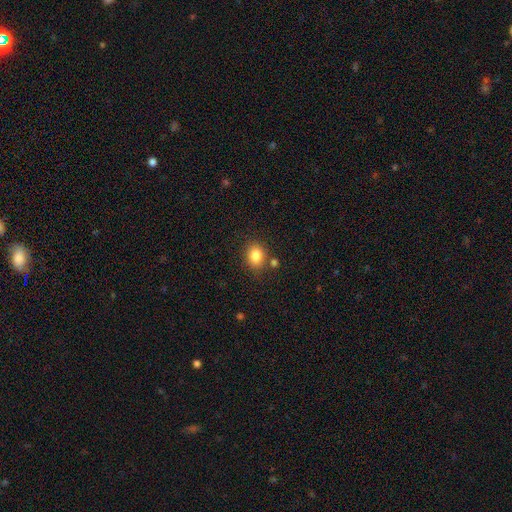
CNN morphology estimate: This is clearly a smooth galaxy (84%). How rounded: possibly in between (52%). Merging: likely none (78%).